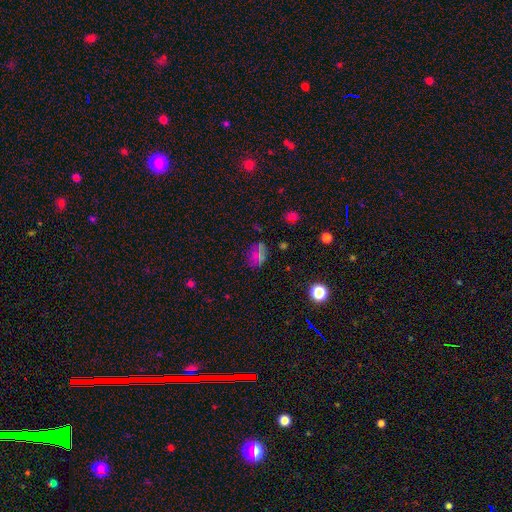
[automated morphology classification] The model was most divided on "smooth or featured": smooth: 52%, star or artifact: 39%, featured or disk: 10%. More confident: merging — none (70%); how rounded — in between (62%).